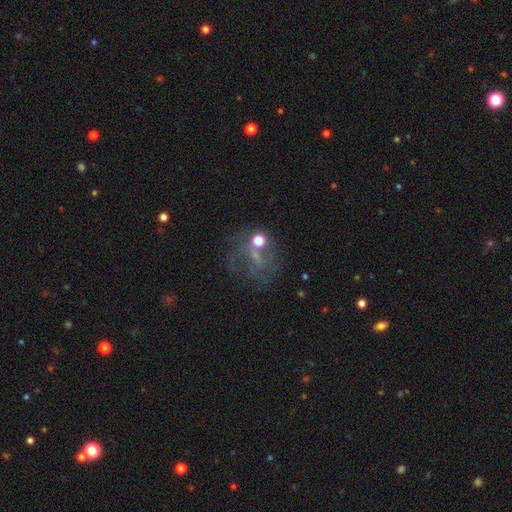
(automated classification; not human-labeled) This appears to be a featured or disk galaxy (44%). Merging: none (45%).